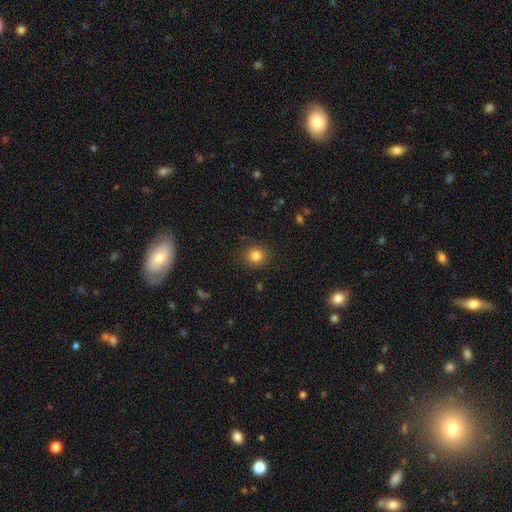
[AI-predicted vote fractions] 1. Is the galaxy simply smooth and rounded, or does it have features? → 83% smooth, 12% star or artifact, 6% featured or disk.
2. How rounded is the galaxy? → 80% round, 19% in between, 1% cigar-shaped.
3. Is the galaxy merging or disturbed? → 87% none, 9% minor disturbance, 3% major disturbance, 1% merger.